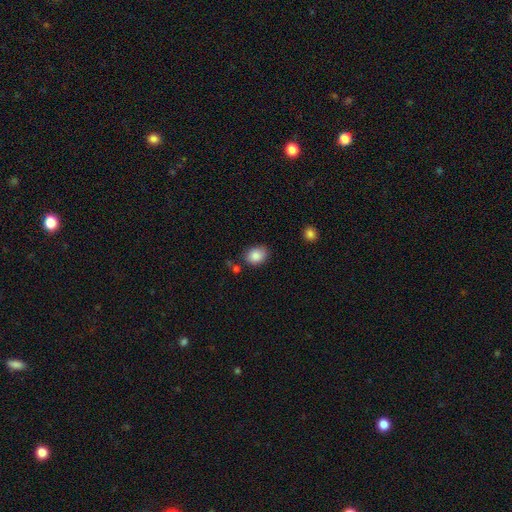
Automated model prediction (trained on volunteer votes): Smooth or featured? smooth (87%)
How rounded? in between (62%)
Merging? none (76%)